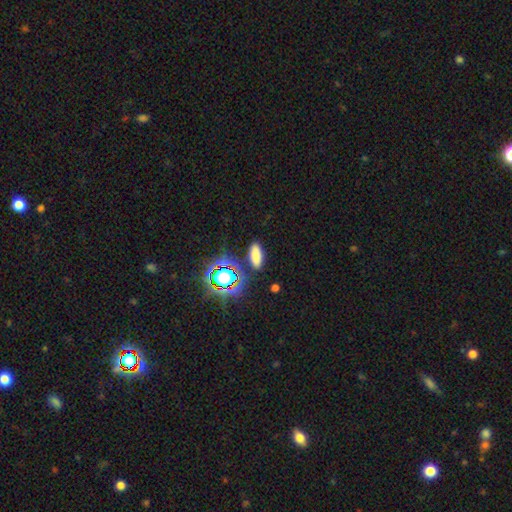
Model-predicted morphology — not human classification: Smooth or featured? Predicted: smooth (p=0.73). How rounded? Predicted: in between (p=0.75). Merging? Predicted: none (p=0.84).